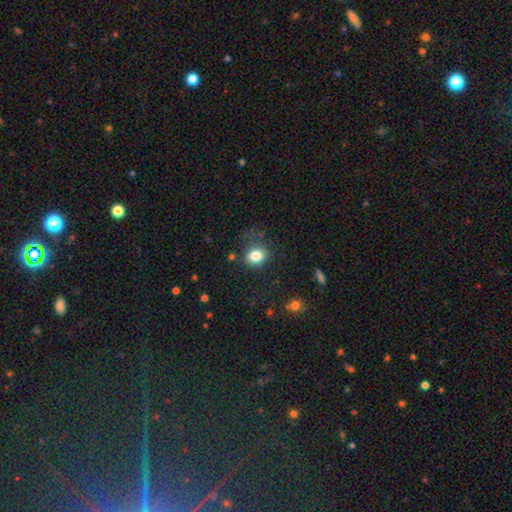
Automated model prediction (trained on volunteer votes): Smooth or featured? smooth (82%)
How rounded? round (60%)
Merging? none (68%)